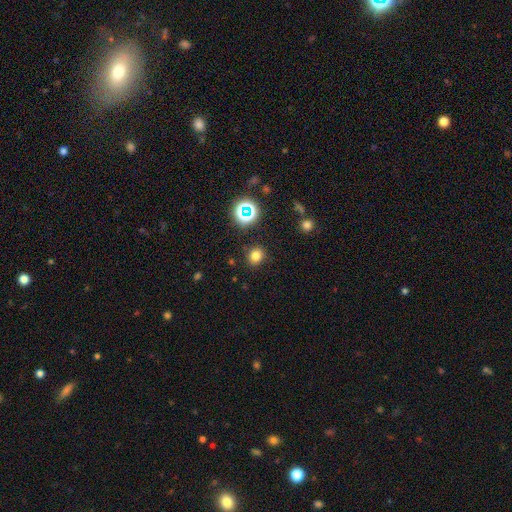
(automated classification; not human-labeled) This is likely a smooth galaxy (77%). How rounded: likely round (72%). Merging: clearly none (87%).